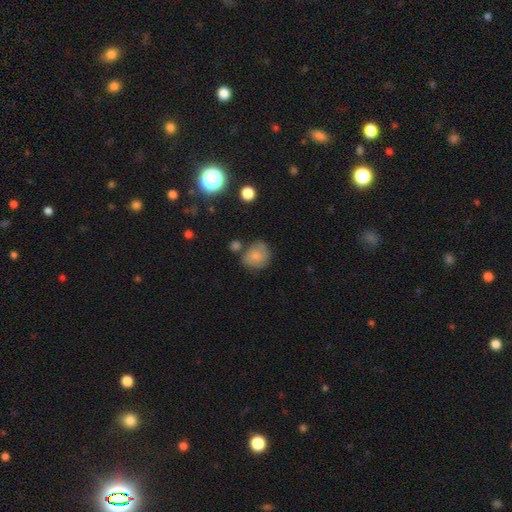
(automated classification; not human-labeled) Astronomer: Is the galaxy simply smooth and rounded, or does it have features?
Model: smooth — 74%.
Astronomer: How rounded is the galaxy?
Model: round — 71%.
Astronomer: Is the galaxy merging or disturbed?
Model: none — 59%.